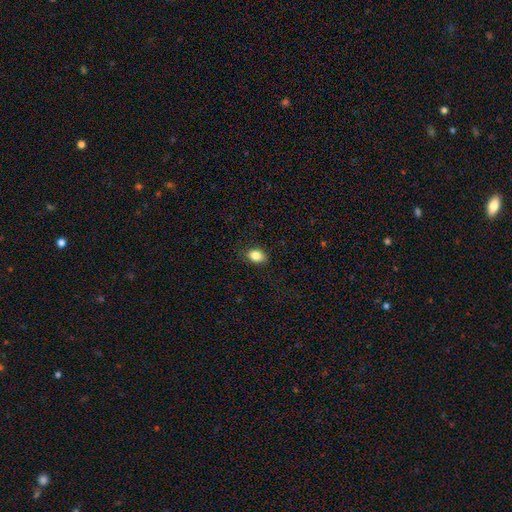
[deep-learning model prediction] Smooth or featured?
  - smooth: 84% *
  - star or artifact: 10%
  - featured or disk: 7%
How rounded?
  - in between: 73% *
  - round: 25%
  - cigar-shaped: 1%
Merging?
  - none: 85% *
  - minor disturbance: 11%
  - major disturbance: 3%
  - merger: 1%